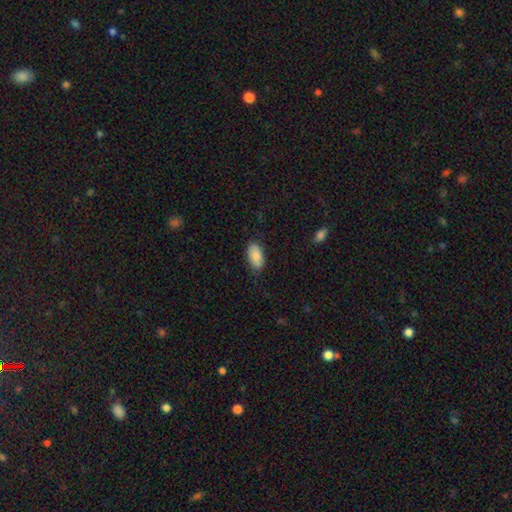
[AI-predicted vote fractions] A smooth galaxy with no disk features (88%) that is in between round and cigar-shaped (94%).

Vote fractions:
- Smooth or featured? smooth: 88% / featured or disk: 6% / star or artifact: 6%
- How rounded? in between: 94% / cigar-shaped: 3% / round: 3%
- Merging? none: 80% / minor disturbance: 16% / major disturbance: 4% / merger: 1%